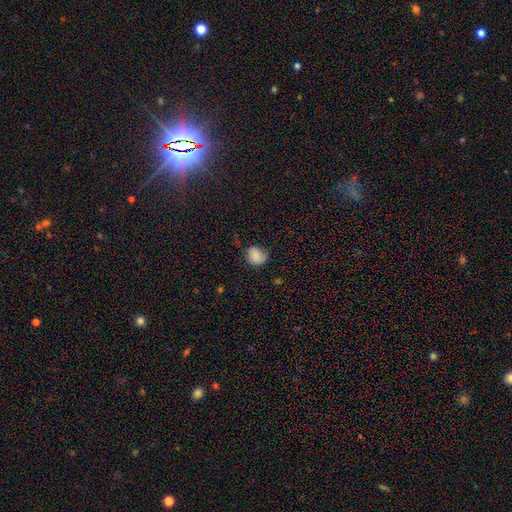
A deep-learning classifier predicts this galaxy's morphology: A smooth galaxy with no disk features (82%) that is round (71%).

Vote fractions:
- Smooth or featured? smooth: 82% / featured or disk: 9% / star or artifact: 9%
- How rounded? round: 71% / in between: 28% / cigar-shaped: 1%
- Merging? none: 70% / minor disturbance: 23% / major disturbance: 5% / merger: 1%